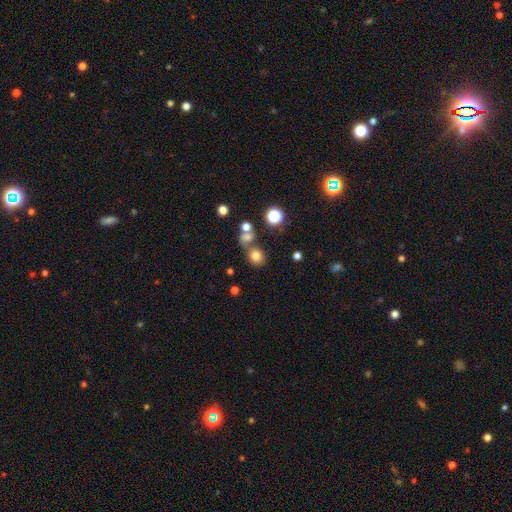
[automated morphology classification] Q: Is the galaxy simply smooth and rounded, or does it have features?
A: smooth — 75%.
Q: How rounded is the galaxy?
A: round — 72%.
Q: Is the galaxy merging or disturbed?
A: none — 57%.